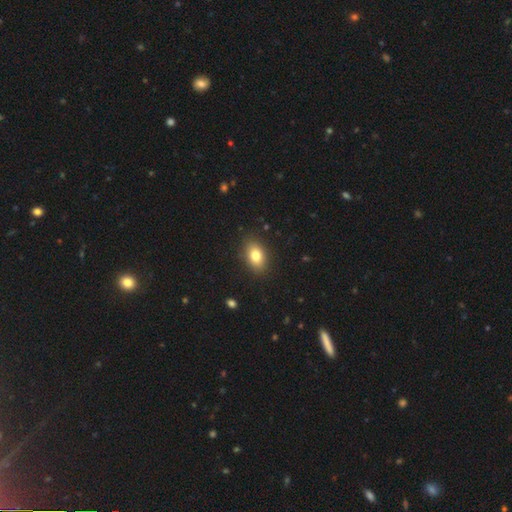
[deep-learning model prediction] A smooth galaxy with no disk features (80%) that is in between round and cigar-shaped (85%).

Vote fractions:
- Smooth or featured? smooth: 80% / featured or disk: 11% / star or artifact: 9%
- How rounded? in between: 85% / round: 13% / cigar-shaped: 2%
- Merging? none: 87% / minor disturbance: 9% / major disturbance: 3% / merger: 1%